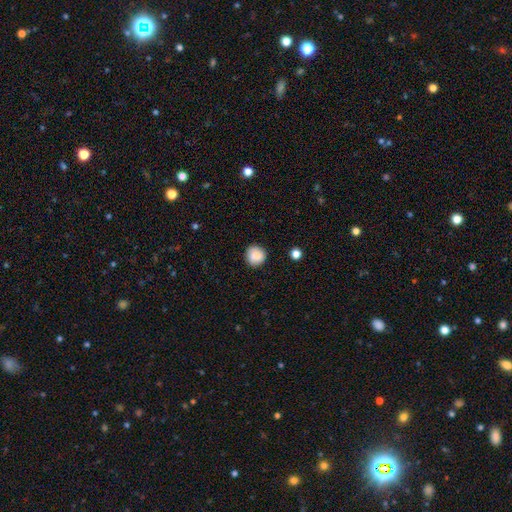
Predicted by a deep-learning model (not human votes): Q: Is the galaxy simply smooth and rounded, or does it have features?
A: smooth — 87%.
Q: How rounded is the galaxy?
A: round — 92%.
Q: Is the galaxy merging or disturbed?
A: none — 88%.